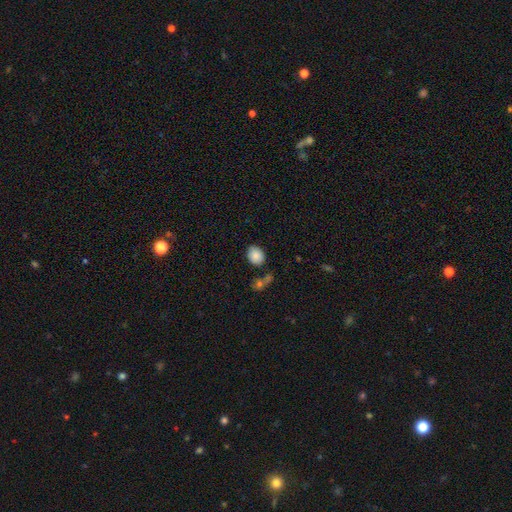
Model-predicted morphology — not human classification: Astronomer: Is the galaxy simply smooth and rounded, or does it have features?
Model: smooth — 86%.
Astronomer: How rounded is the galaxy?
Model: in between — 52% (runner-up: round, 47%).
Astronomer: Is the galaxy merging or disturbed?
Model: none — 76%.